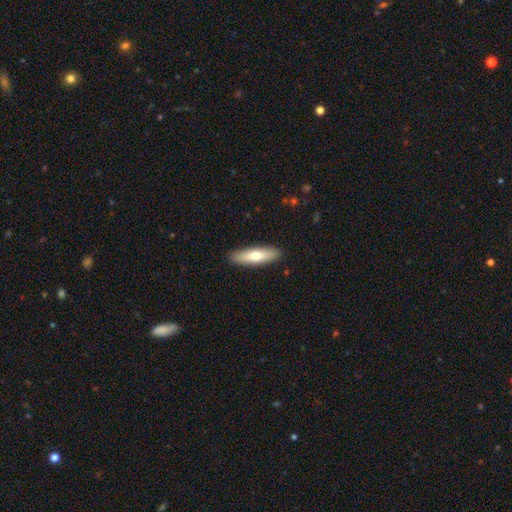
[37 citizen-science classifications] Smooth or featured? smooth (65%)
How rounded? cigar-shaped (58%)
Merging? none (88%)